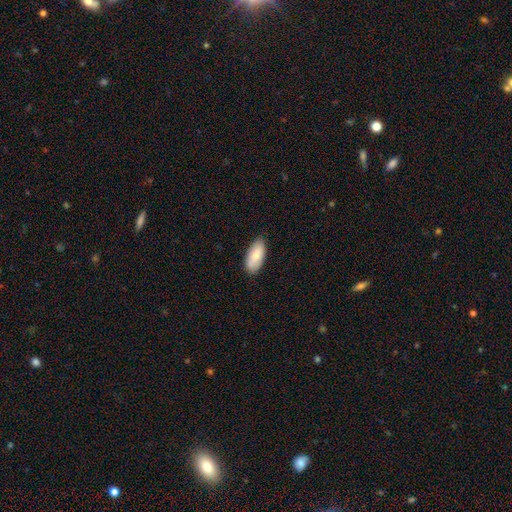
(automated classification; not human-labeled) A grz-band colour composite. It shows a smooth galaxy with no disk features (80%) that is in between round and cigar-shaped (91%). Merging: none (84%).